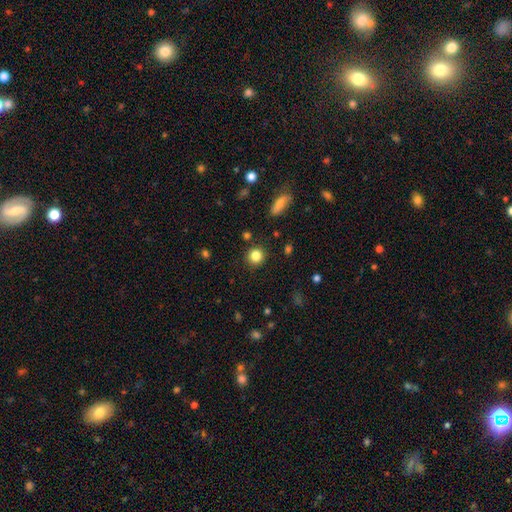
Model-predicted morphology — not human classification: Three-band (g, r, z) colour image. It shows a smooth galaxy with no disk features (84%) that is round (90%). Merging: none (89%).